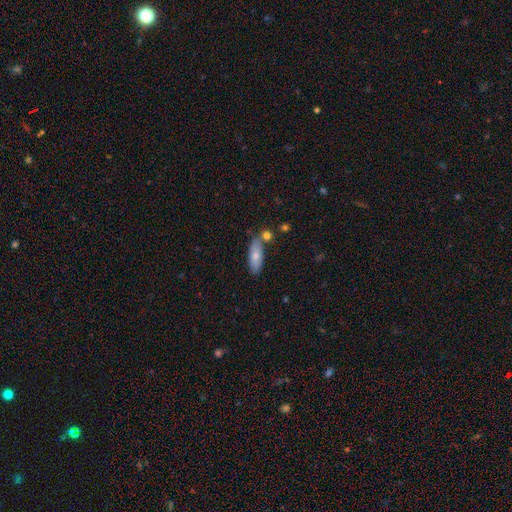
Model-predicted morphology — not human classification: type=smooth (74%); roundness=in between (62%); merging=none (70%).